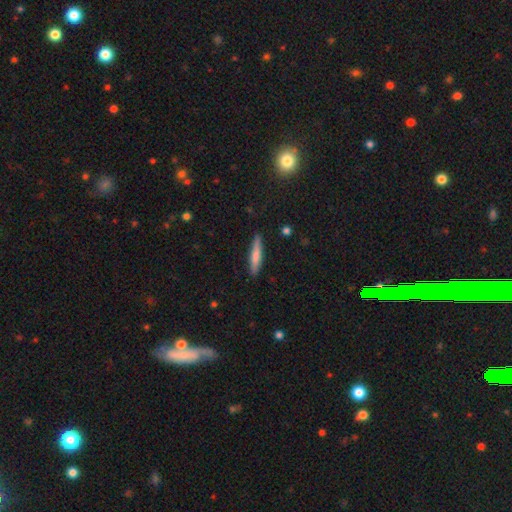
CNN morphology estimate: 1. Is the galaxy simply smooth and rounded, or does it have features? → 71% smooth, 24% featured or disk, 6% star or artifact.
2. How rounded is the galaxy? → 90% cigar-shaped, 9% in between, 1% round.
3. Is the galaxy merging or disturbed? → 87% none, 10% minor disturbance, 2% major disturbance, 1% merger.